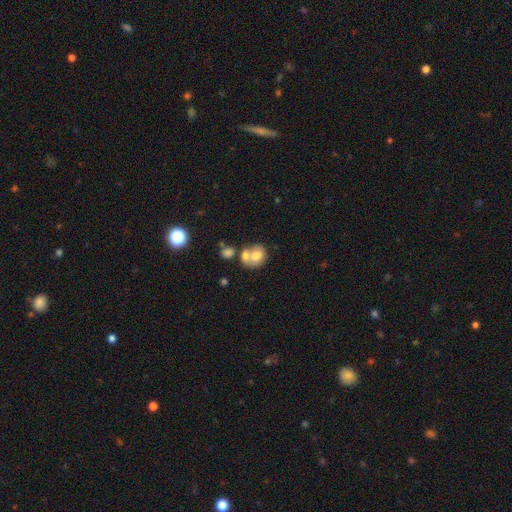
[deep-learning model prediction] Smooth or featured? Predicted: smooth (p=0.67). How rounded? Predicted: round (p=0.58). Merging? Predicted: merger (p=0.56).